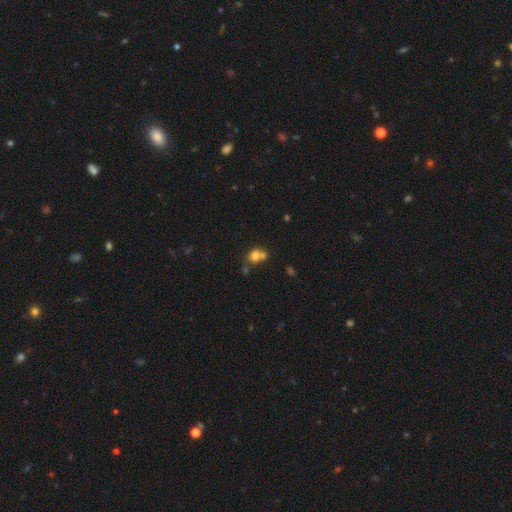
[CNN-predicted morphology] This appears to be a smooth galaxy with no disk features (74%) that is round (74%). Merging: merger (49%).